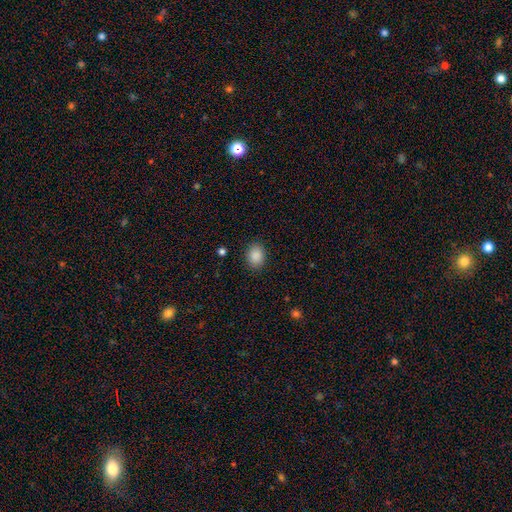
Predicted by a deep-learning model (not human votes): smooth 88%, star or artifact 8%, featured or disk 3%. Down the decision tree: how rounded — in between (61%); merging — none (87%).